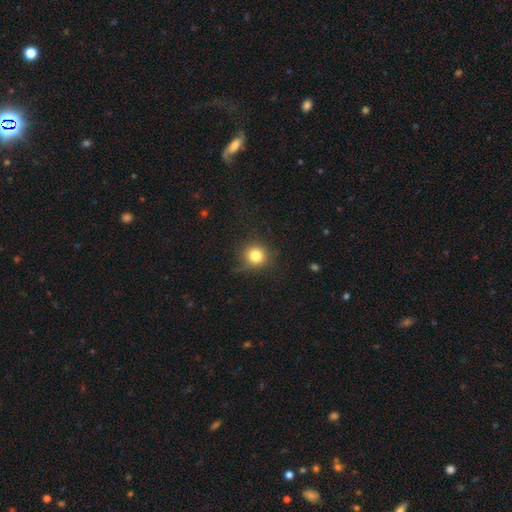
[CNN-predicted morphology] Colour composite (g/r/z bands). It shows a smooth galaxy with no disk features (80%) that is round (93%). Merging: none (83%).